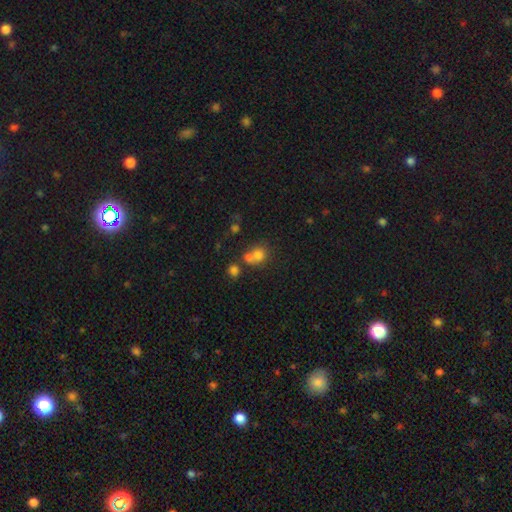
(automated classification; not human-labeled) Smooth or featured: smooth — 73% (star or artifact — 15%)
How rounded: round — 76% (in between — 23%)
Merging: merger — 47% (none — 39%)